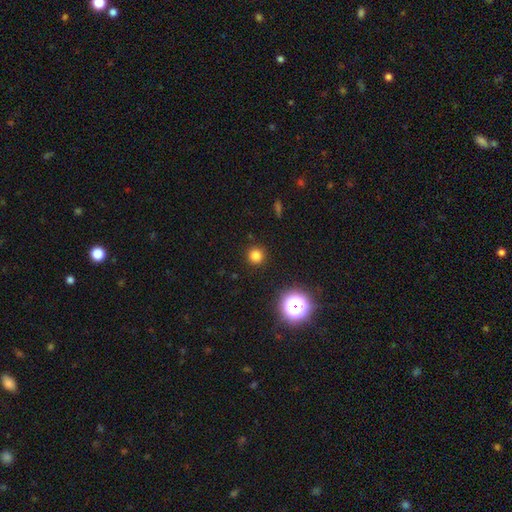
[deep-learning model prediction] Smooth or featured? smooth (80%)
How rounded? round (95%)
Merging? none (92%)